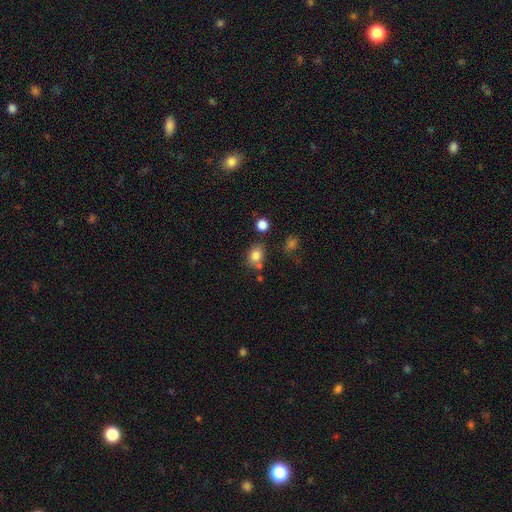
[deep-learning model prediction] A smooth galaxy with no disk features (81%) that is in between round and cigar-shaped (56%). Merging: none (64%).